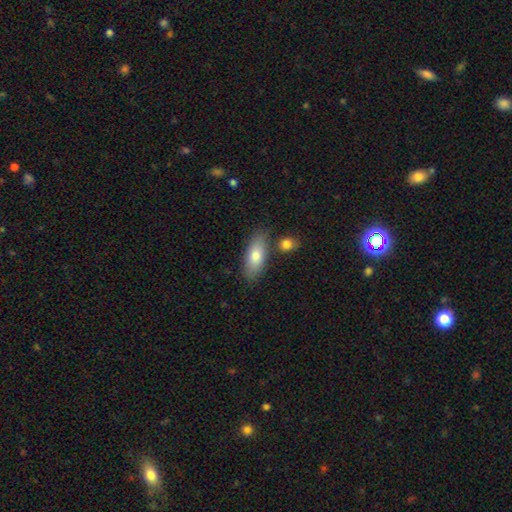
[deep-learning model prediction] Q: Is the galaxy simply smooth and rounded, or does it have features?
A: smooth — 77%.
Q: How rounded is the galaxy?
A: in between — 76%.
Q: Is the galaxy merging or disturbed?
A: none — 76%.